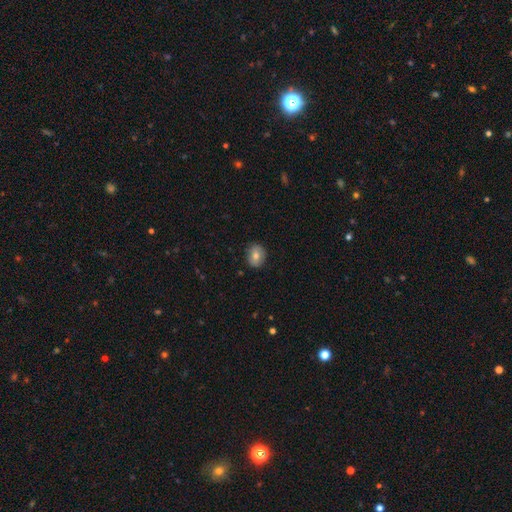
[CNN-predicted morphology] smooth-or-featured: smooth: 73% | featured or disk: 18% | star or artifact: 8%
  how-rounded: round: 55% | in between: 44% | cigar-shaped: 1%
  merging: none: 84% | minor disturbance: 12% | major disturbance: 2% | merger: 1%